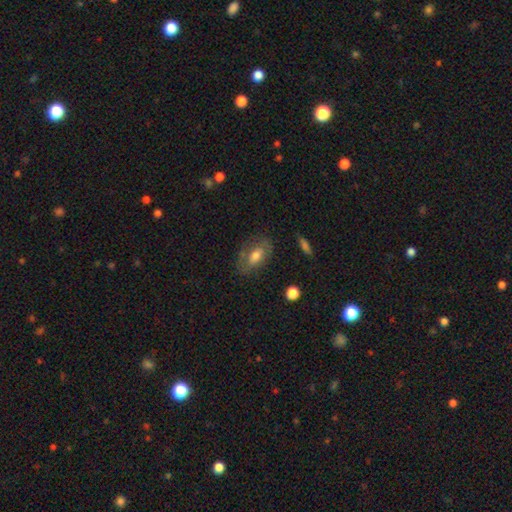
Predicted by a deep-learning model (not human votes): This is possibly a smooth galaxy (54%). How rounded: clearly in between (86%). Merging: likely none (69%).